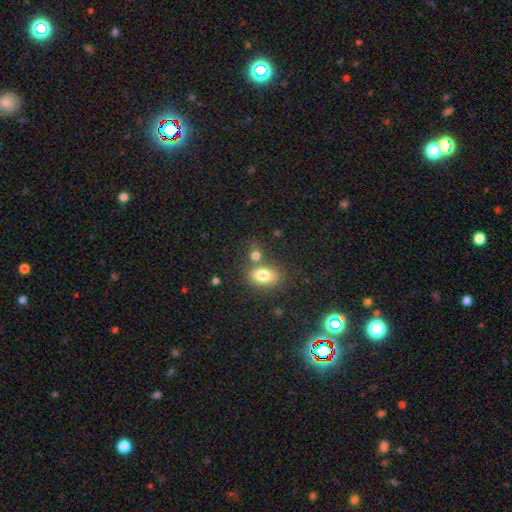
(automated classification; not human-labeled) Smooth or featured? Predicted: smooth (p=0.78). How rounded? Predicted: in between (p=0.63). Merging? Predicted: none (p=0.54).